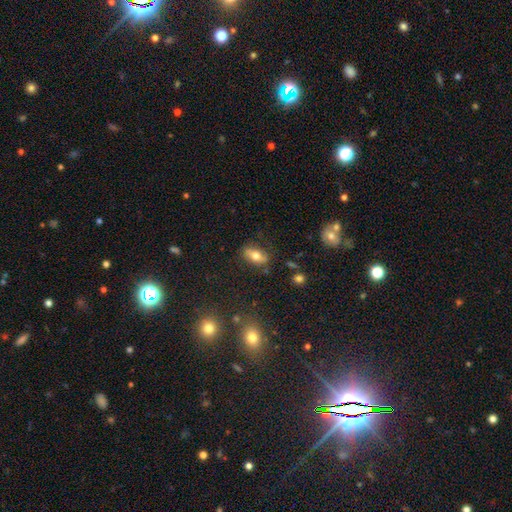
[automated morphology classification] Smooth or featured?
  - smooth: 66% *
  - featured or disk: 24%
  - star or artifact: 10%
How rounded?
  - in between: 83% *
  - cigar-shaped: 9%
  - round: 8%
Merging?
  - none: 79% *
  - minor disturbance: 14%
  - major disturbance: 4%
  - merger: 3%